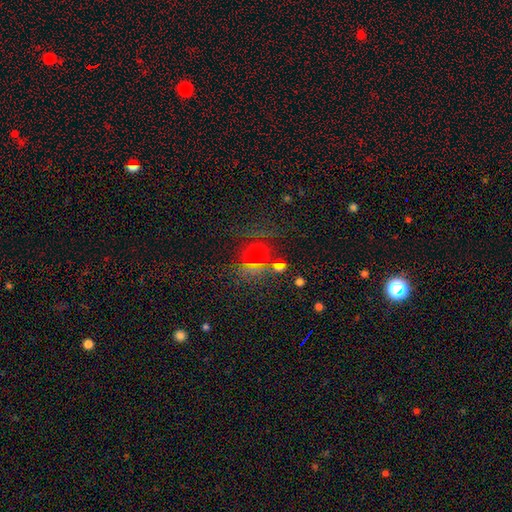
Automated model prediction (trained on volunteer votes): smooth 48%, star or artifact 41%, featured or disk 11%. Down the decision tree: merging — none (69%).